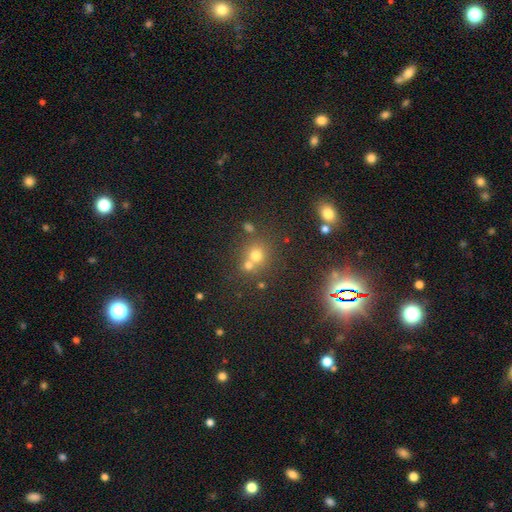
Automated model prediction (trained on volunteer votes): A smooth galaxy with no disk features (60%) that is round (84%). Merging: none (52%).